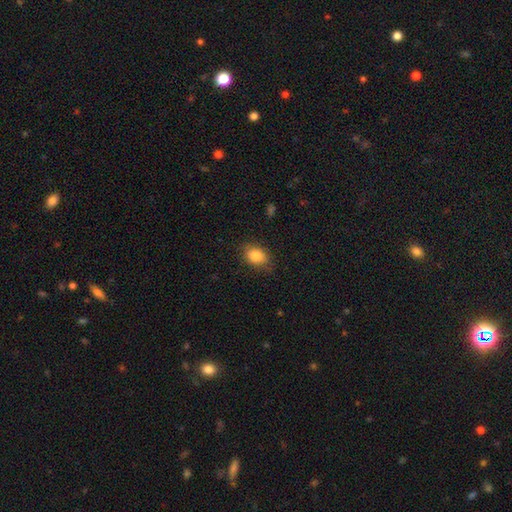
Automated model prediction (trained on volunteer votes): Smooth or featured: smooth — 86% (star or artifact — 8%)
How rounded: in between — 74% (round — 25%)
Merging: none — 77% (minor disturbance — 18%)